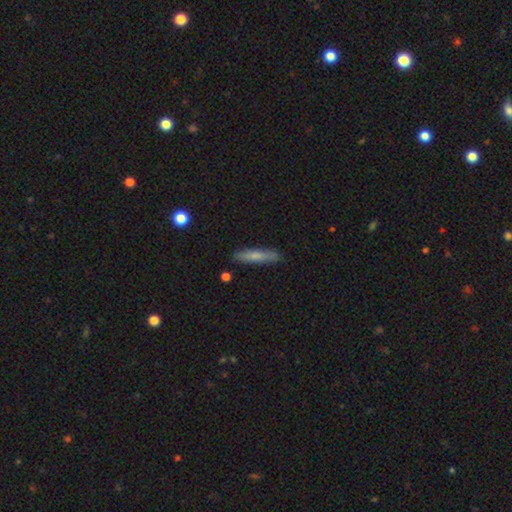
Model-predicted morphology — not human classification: Smooth or featured: smooth — 70% (featured or disk — 23%)
How rounded: cigar-shaped — 89% (in between — 9%)
Merging: none — 88% (minor disturbance — 9%)